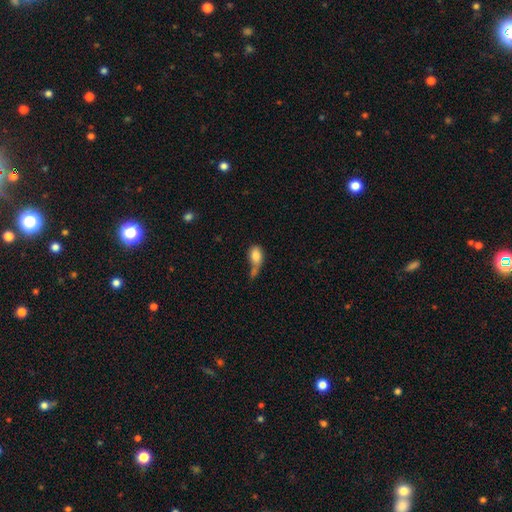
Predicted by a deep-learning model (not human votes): smooth_or_featured: smooth (p=0.80) [alt: featured or disk p=0.13]
how_rounded: in between (p=0.80) [alt: round p=0.16]
merging: merger (p=0.34) [alt: none p=0.25]